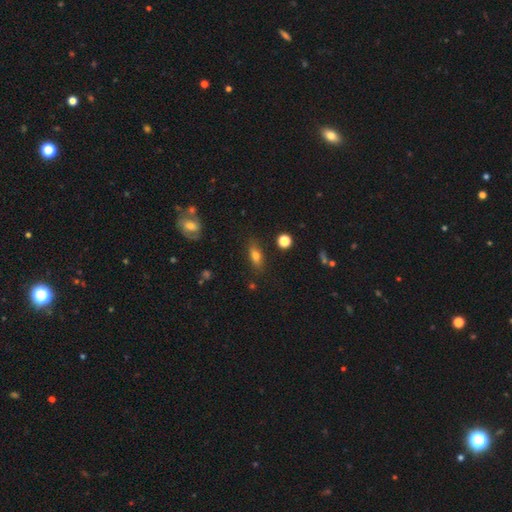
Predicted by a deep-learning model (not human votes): This is likely a smooth galaxy (72%). How rounded: likely in between (70%). Merging: clearly none (81%).